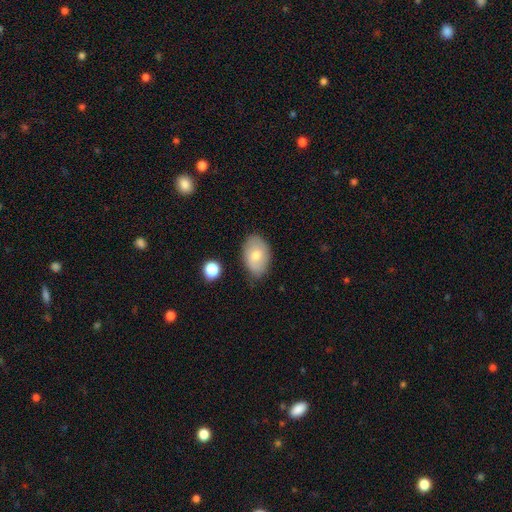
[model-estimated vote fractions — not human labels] Overall: smooth (67%). How rounded: in between (87%). Merging: none (78%).